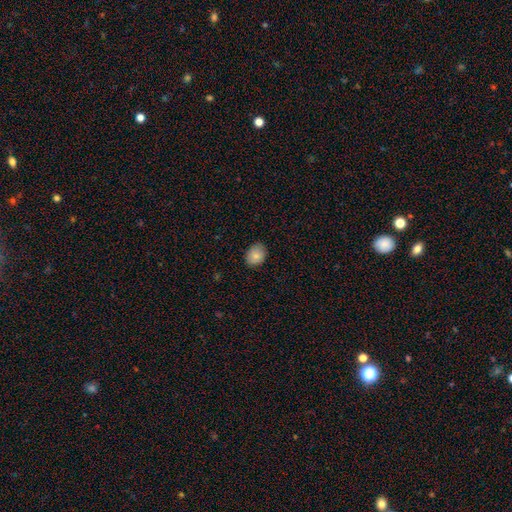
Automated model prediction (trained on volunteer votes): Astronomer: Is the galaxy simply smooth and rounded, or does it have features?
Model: smooth — 82%.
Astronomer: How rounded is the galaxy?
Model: in between — 56% (runner-up: round, 43%).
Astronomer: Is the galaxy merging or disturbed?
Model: none — 84%.